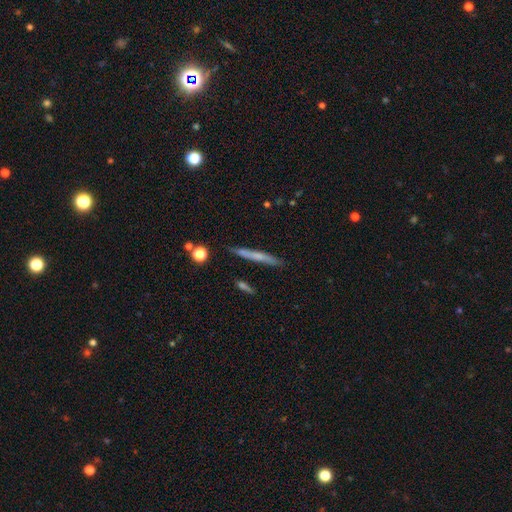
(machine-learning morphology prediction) smooth_or_featured: smooth (p=0.53) [alt: featured or disk p=0.40]
how_rounded: cigar-shaped (p=0.95) [alt: in between p=0.03]
merging: none (p=0.86) [alt: minor disturbance p=0.10]